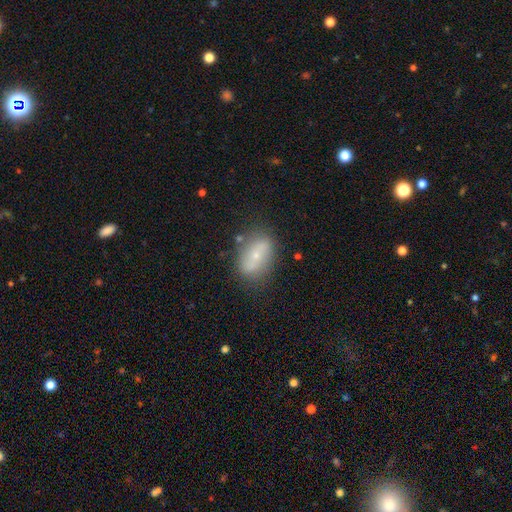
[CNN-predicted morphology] Smooth or featured: featured or disk — 48% (smooth — 43%)
Merging: none — 77% (minor disturbance — 15%)